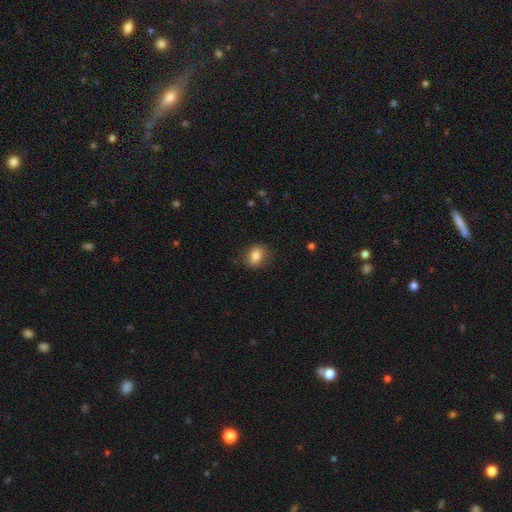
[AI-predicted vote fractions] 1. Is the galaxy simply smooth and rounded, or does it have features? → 79% smooth, 11% featured or disk, 9% star or artifact.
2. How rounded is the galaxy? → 52% round, 47% in between, 1% cigar-shaped.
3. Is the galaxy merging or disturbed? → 82% none, 13% minor disturbance, 3% major disturbance, 1% merger.